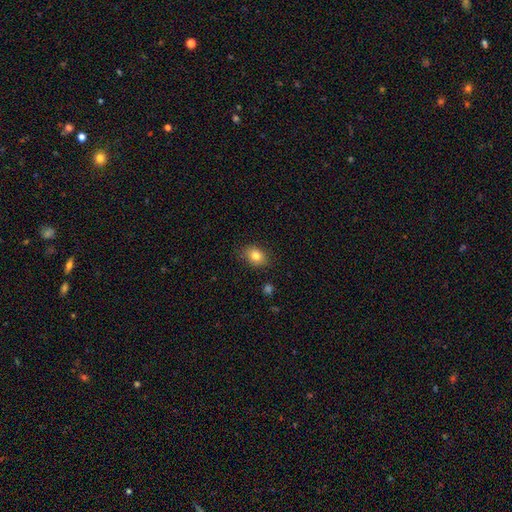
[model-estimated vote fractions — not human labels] smooth_or_featured: smooth (p=0.82) [alt: star or artifact p=0.10]
how_rounded: in between (p=0.64) [alt: round p=0.35]
merging: none (p=0.84) [alt: minor disturbance p=0.12]